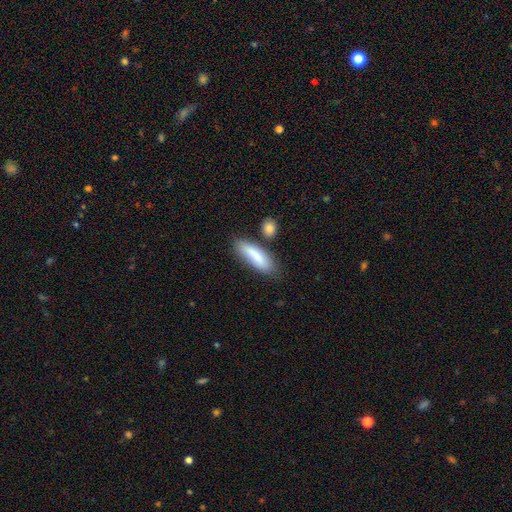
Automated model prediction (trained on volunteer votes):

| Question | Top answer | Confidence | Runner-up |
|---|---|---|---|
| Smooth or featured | smooth | 82% | featured or disk (12%) |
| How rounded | in between | 50% | cigar-shaped (47%) |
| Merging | none | 67% | minor disturbance (18%) |